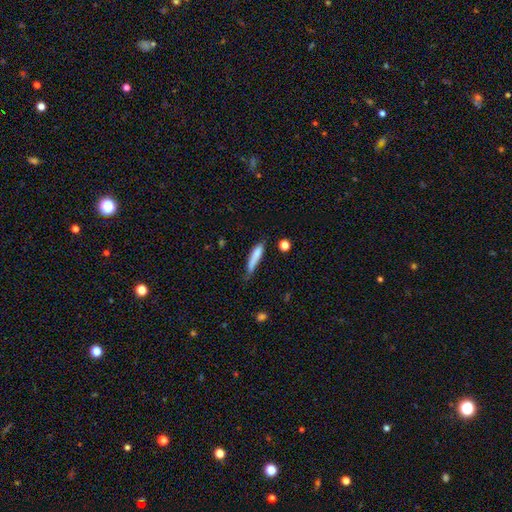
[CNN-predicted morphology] Smooth or featured? smooth (79%)
How rounded? cigar-shaped (84%)
Merging? none (53%)